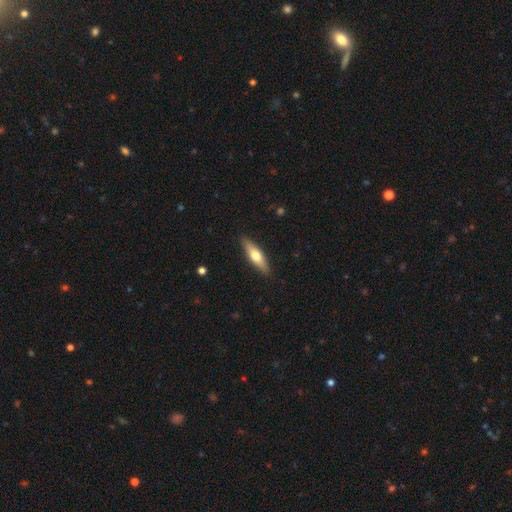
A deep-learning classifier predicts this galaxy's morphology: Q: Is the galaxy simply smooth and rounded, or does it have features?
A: smooth — 57%.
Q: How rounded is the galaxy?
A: cigar-shaped — 63%.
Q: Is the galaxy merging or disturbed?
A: none — 89%.